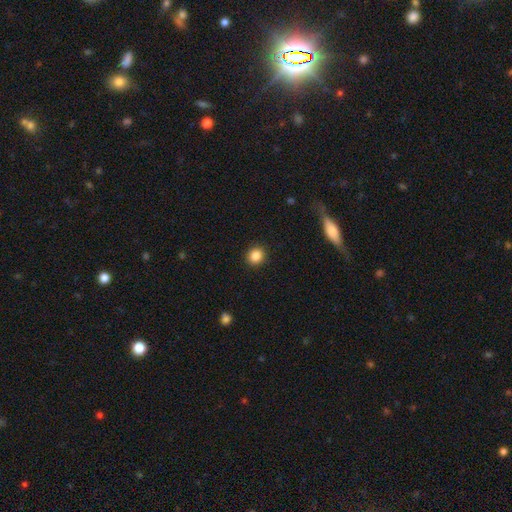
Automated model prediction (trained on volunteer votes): A smooth galaxy with no disk features (87%) that is round (86%).

Vote fractions:
- Smooth or featured? smooth: 87% / star or artifact: 10% / featured or disk: 3%
- How rounded? round: 86% / in between: 13% / cigar-shaped: 1%
- Merging? none: 91% / minor disturbance: 6% / major disturbance: 2% / merger: 1%